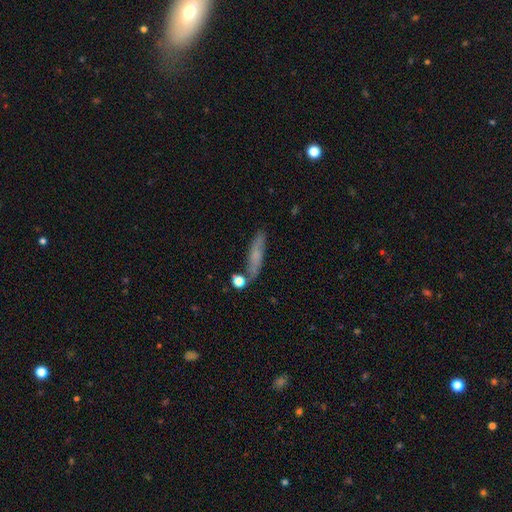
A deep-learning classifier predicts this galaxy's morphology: The model was most divided on "smooth or featured": smooth: 59%, featured or disk: 33%, star or artifact: 9%. More confident: how rounded — cigar-shaped (82%); merging — none (74%).